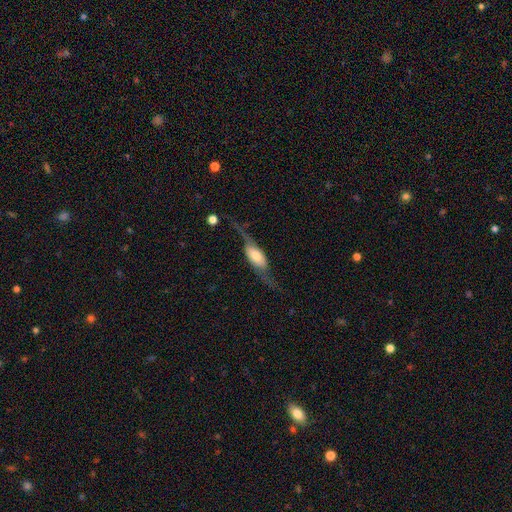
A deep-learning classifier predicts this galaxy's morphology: type=featured or disk (68%); edge-on=no (54%); merging=none (50%).